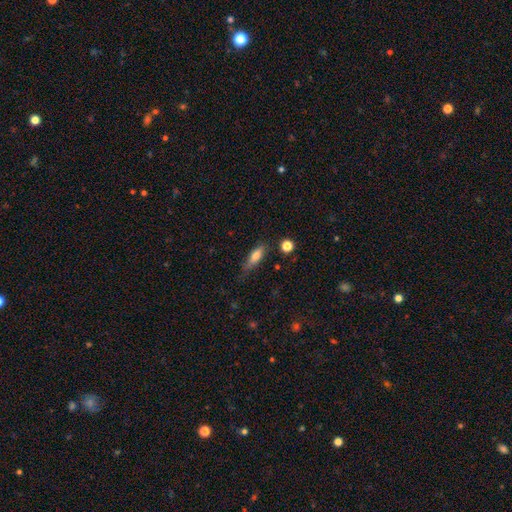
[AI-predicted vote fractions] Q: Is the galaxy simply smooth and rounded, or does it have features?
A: smooth — 72%.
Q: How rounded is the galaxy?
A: in between — 55%.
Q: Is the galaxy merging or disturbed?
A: none — 62%.